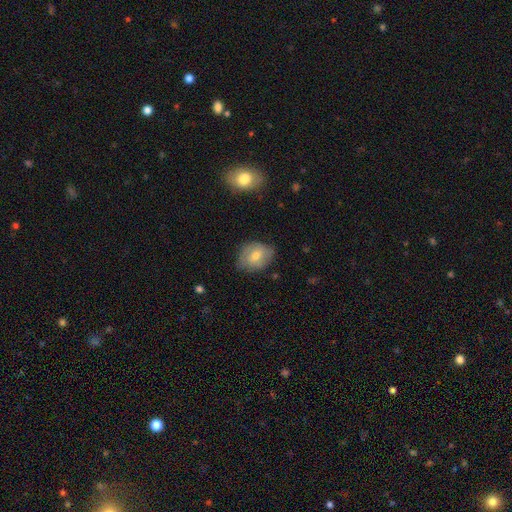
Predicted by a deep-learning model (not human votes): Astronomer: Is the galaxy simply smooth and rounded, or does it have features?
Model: smooth — 62%.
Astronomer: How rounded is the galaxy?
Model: in between — 55% (runner-up: round, 44%).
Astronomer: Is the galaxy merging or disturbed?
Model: none — 73%.